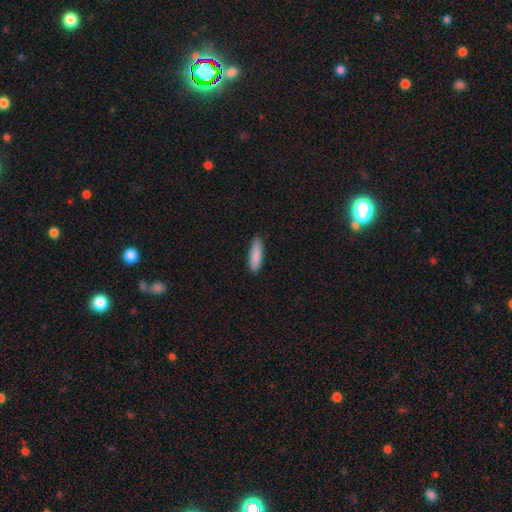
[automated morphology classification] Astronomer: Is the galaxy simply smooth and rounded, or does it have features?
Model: smooth — 88%.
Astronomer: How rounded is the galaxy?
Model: cigar-shaped — 64%.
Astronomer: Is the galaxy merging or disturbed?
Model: none — 87%.